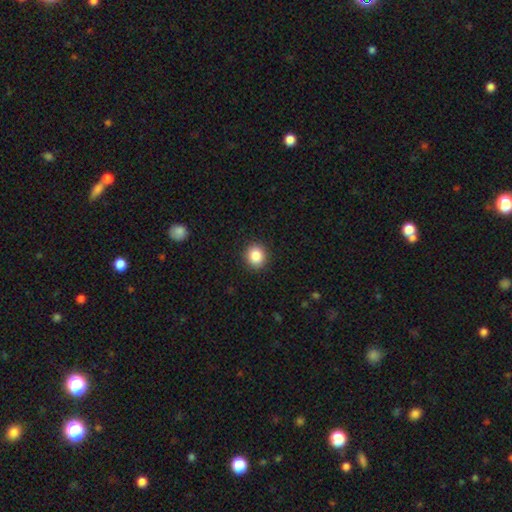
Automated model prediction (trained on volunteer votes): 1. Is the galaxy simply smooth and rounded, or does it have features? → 86% smooth, 10% star or artifact, 4% featured or disk.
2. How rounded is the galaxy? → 82% round, 17% in between, 1% cigar-shaped.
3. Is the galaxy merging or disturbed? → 91% none, 6% minor disturbance, 2% major disturbance, 1% merger.